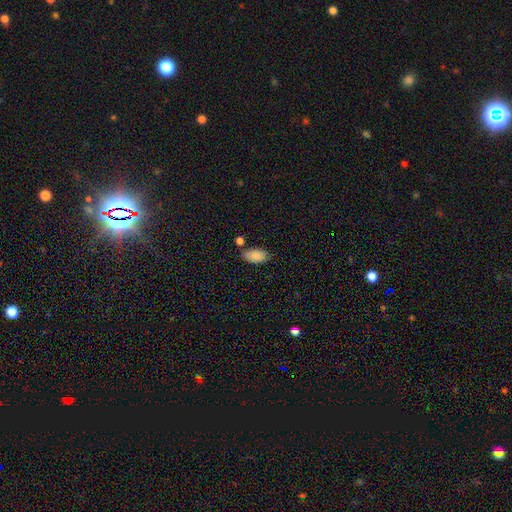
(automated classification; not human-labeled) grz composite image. It shows a smooth galaxy with no disk features (86%) that is in between round and cigar-shaped (94%). Merging: none (71%).